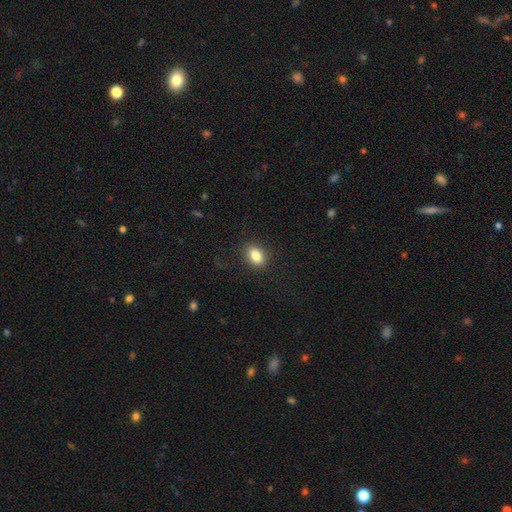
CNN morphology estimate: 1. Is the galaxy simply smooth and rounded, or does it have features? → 84% smooth, 9% star or artifact, 7% featured or disk.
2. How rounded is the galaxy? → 75% in between, 24% round, 2% cigar-shaped.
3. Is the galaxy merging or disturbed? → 87% none, 9% minor disturbance, 3% major disturbance, 1% merger.